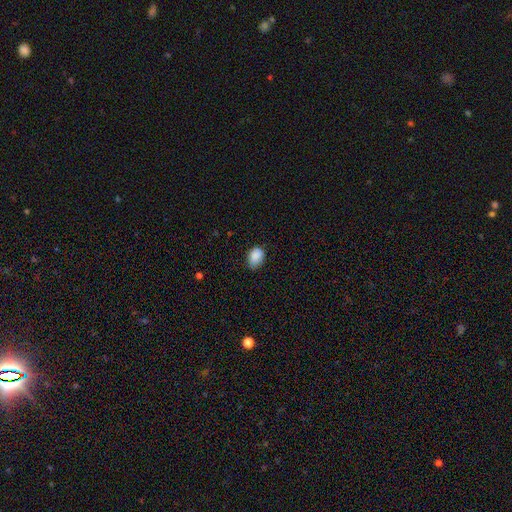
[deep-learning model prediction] Overall: smooth (88%). How rounded: in between (76%). Merging: none (68%).